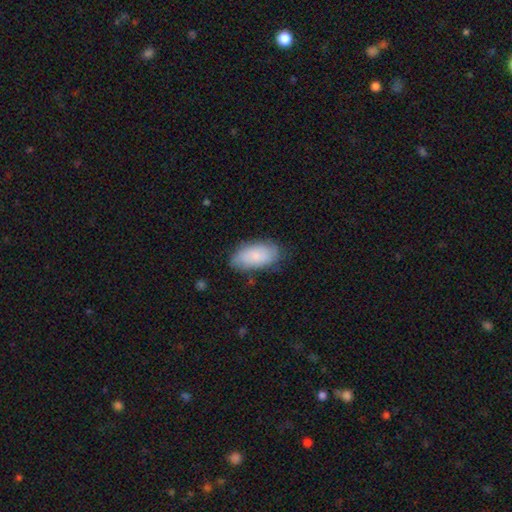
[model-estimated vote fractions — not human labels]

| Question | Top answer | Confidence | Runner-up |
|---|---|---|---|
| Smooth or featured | smooth | 76% | featured or disk (18%) |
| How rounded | in between | 93% | cigar-shaped (4%) |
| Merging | none | 75% | minor disturbance (19%) |